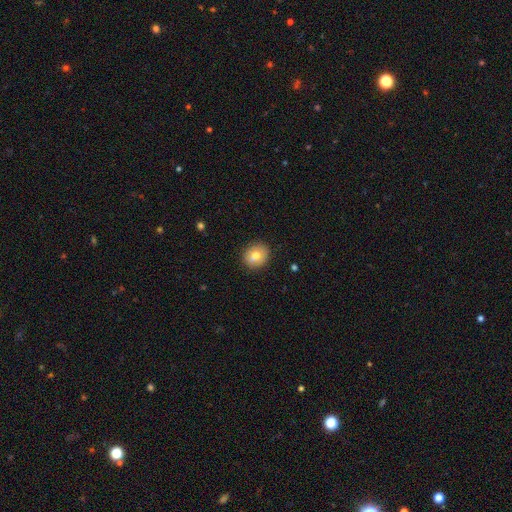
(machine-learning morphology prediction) smooth 75%, featured or disk 16%, star or artifact 9%. Down the decision tree: how rounded — round (72%); merging — none (87%).